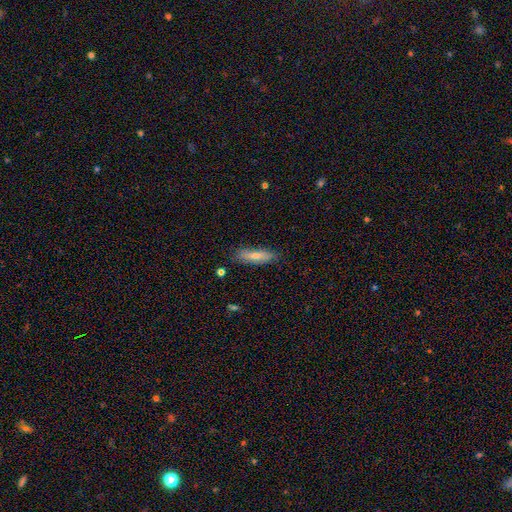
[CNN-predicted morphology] Q: Smooth or featured?
A: smooth (60%); runner-up: featured or disk (32%)
Q: How rounded?
A: cigar-shaped (65%); runner-up: in between (33%)
Q: Merging?
A: none (84%); runner-up: minor disturbance (12%)